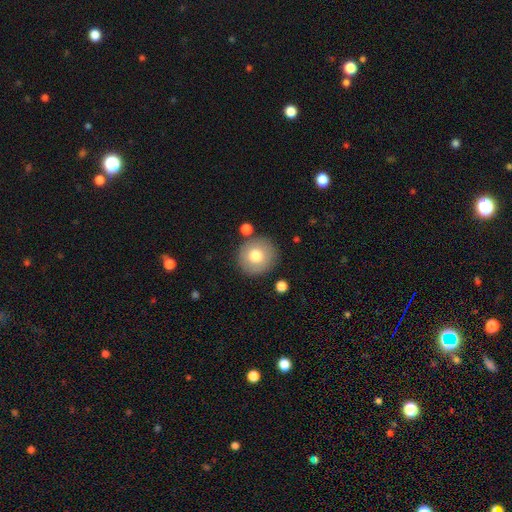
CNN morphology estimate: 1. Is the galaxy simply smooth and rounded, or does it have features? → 76% smooth, 16% featured or disk, 8% star or artifact.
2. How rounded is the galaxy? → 93% round, 6% in between, 1% cigar-shaped.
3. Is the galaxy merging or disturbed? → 84% none, 9% minor disturbance, 4% merger, 3% major disturbance.